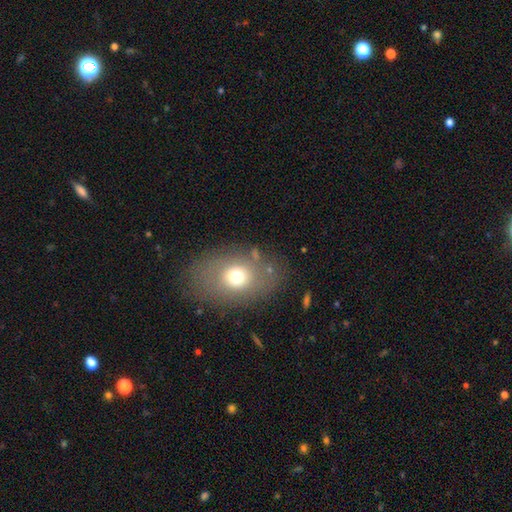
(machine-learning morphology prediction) This appears to be a smooth galaxy with no disk features (66%) that is in between round and cigar-shaped (75%). Merging: none (76%).